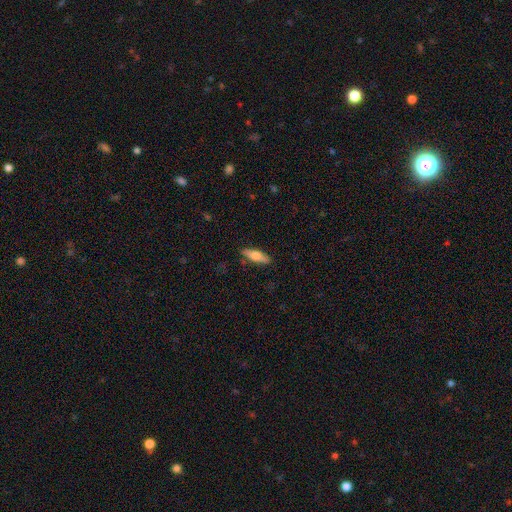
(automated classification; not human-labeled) smooth_or_featured: smooth (p=0.63) [alt: featured or disk p=0.31]
how_rounded: cigar-shaped (p=0.54) [alt: in between p=0.44]
merging: none (p=0.87) [alt: minor disturbance p=0.09]